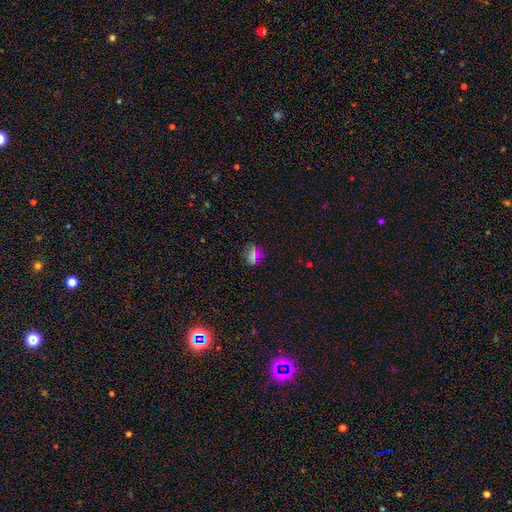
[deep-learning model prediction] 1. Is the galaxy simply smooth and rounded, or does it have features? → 64% smooth, 28% star or artifact, 8% featured or disk.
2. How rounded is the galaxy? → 81% round, 16% in between, 3% cigar-shaped.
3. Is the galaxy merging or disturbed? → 85% none, 10% minor disturbance, 3% major disturbance, 2% merger.